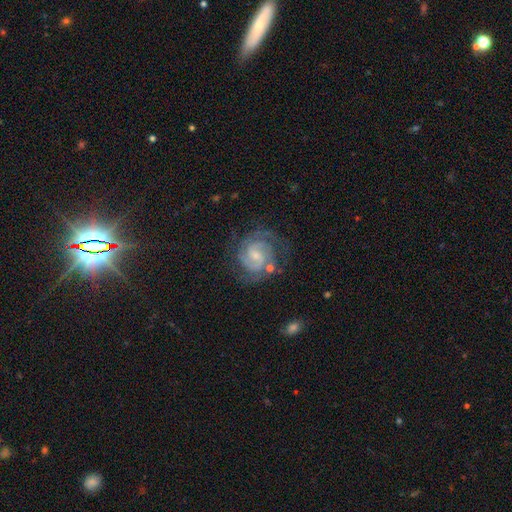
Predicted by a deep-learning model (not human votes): This appears to be a featured or disk galaxy (87%) with a weak bar (51%), 2 (62%) tight (59%) spiral arms (97%) and a small central bulge (67%). Merging: none (70%).